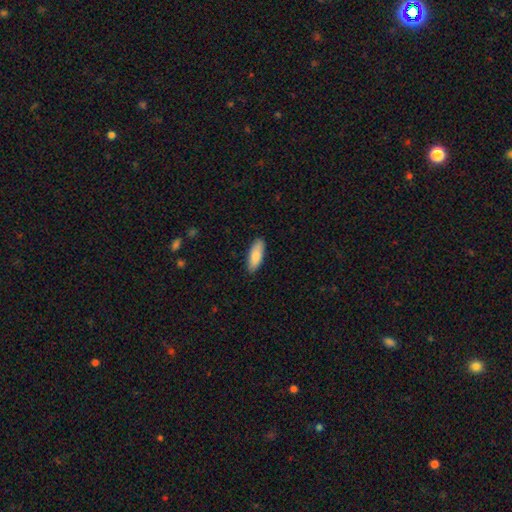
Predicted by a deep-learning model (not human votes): Smooth or featured? smooth (85%)
How rounded? in between (68%)
Merging? none (88%)